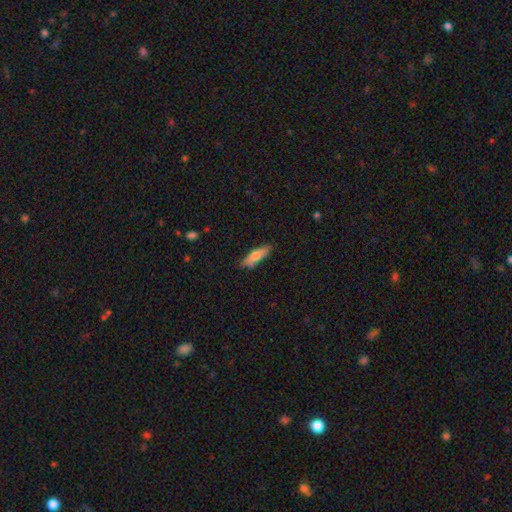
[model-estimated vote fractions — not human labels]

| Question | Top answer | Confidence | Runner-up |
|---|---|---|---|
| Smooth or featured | smooth | 68% | featured or disk (25%) |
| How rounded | cigar-shaped | 56% | in between (42%) |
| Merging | none | 77% | minor disturbance (17%) |